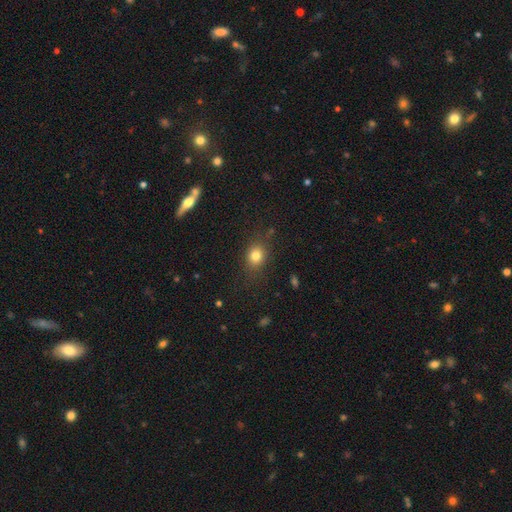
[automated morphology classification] Smooth or featured? Predicted: smooth (p=0.80). How rounded? Predicted: round (p=0.58). Merging? Predicted: none (p=0.80).